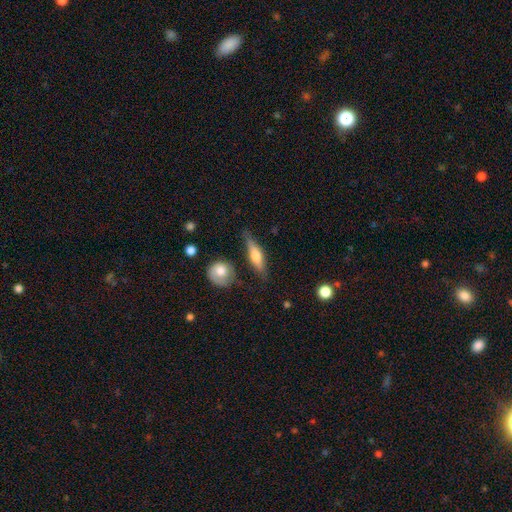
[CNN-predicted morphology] smooth-or-featured: smooth: 50% | featured or disk: 44% | star or artifact: 6%
  how-rounded: cigar-shaped: 59% | in between: 36% | round: 4%
  merging: none: 72% | minor disturbance: 18% | major disturbance: 5% | merger: 5%